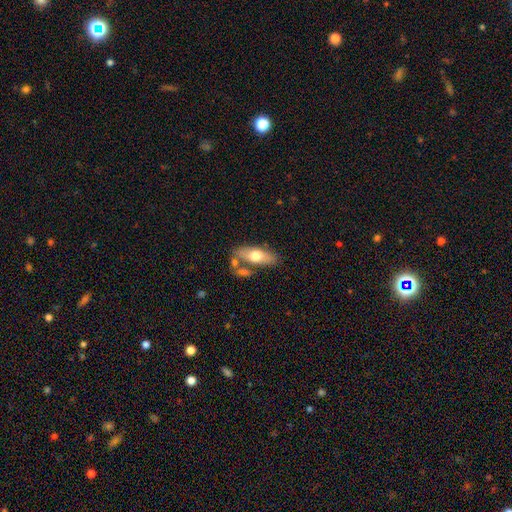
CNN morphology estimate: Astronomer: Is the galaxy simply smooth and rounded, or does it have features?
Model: smooth — 59% (runner-up: featured or disk, 35%).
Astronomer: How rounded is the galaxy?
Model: in between — 75%.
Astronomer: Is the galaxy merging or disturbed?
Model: none — 62%.